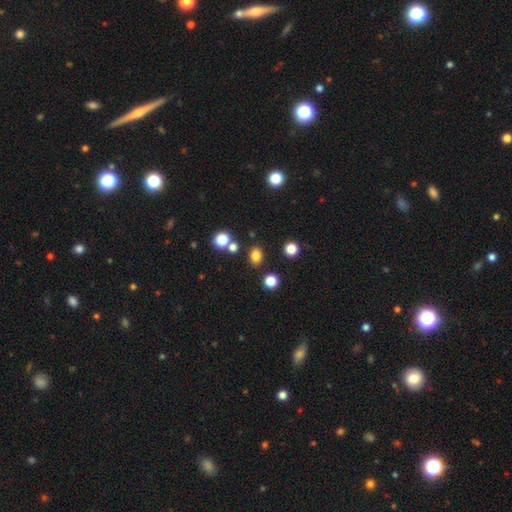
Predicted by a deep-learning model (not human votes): Q: Smooth or featured?
A: smooth (79%); runner-up: star or artifact (15%)
Q: How rounded?
A: in between (56%); runner-up: round (43%)
Q: Merging?
A: none (81%); runner-up: minor disturbance (9%)